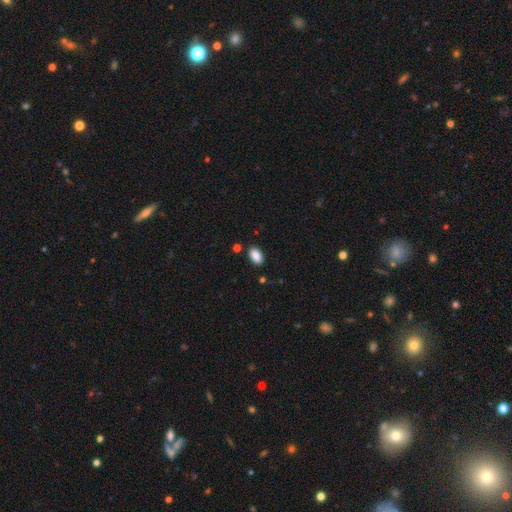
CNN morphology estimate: type=smooth (88%); roundness=in between (92%); merging=none (86%).